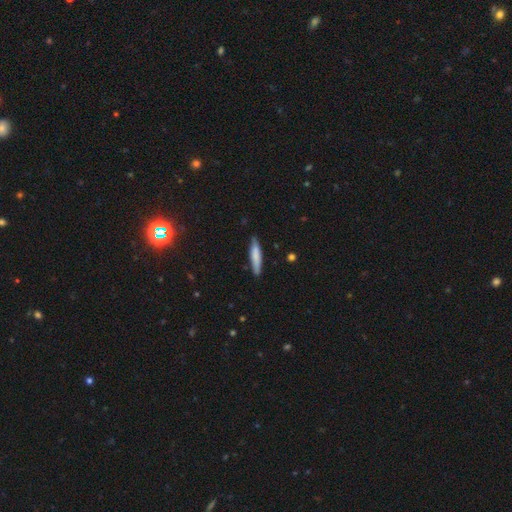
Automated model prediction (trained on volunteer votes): Smooth or featured? smooth (74%)
How rounded? cigar-shaped (87%)
Merging? none (83%)